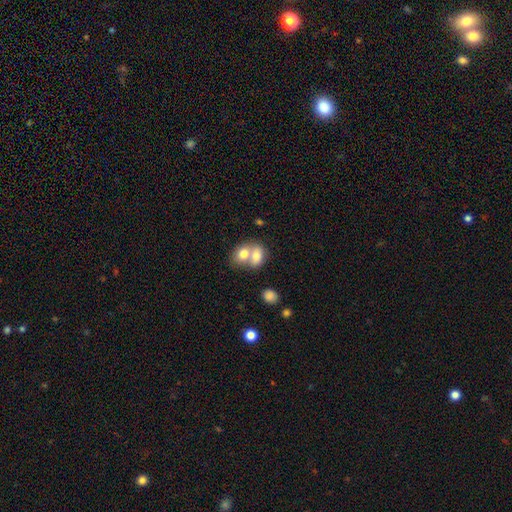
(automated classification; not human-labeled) This appears to be a smooth galaxy with no disk features (75%) that is in between round and cigar-shaped (66%). Merging: merger (70%).